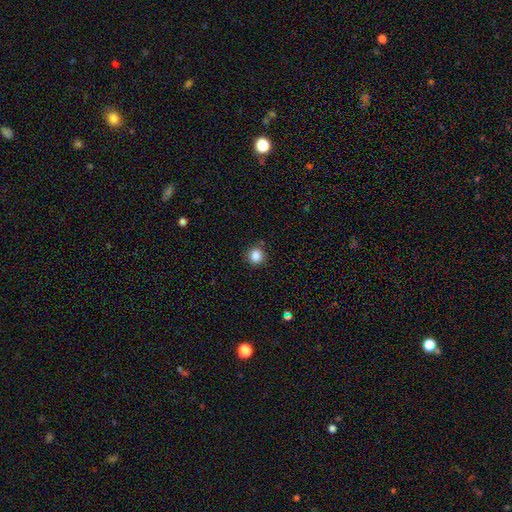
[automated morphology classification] Q: Smooth or featured?
A: smooth (85%); runner-up: star or artifact (11%)
Q: How rounded?
A: round (89%); runner-up: in between (10%)
Q: Merging?
A: none (86%); runner-up: minor disturbance (9%)